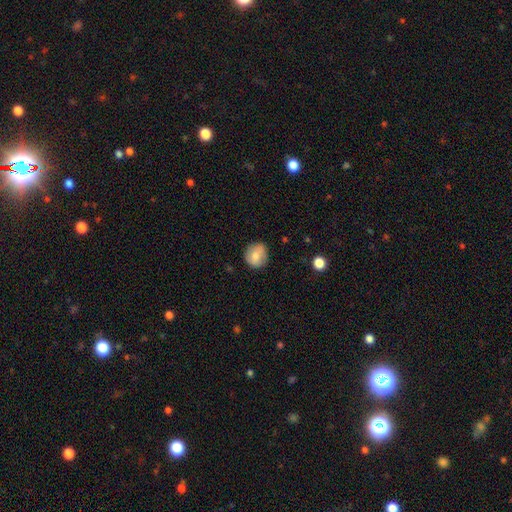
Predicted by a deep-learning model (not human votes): smooth 74%, featured or disk 18%, star or artifact 8%. Down the decision tree: how rounded — round (85%); merging — none (82%).